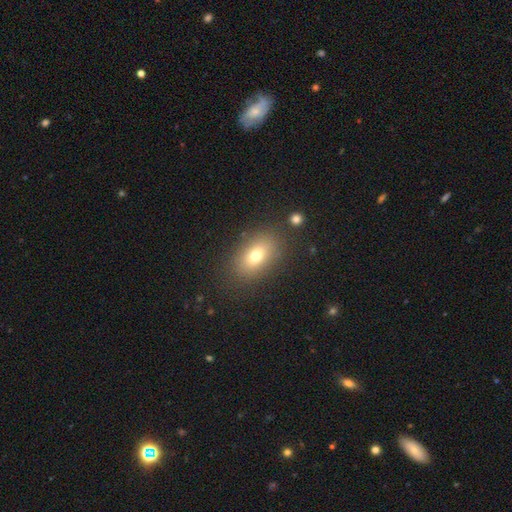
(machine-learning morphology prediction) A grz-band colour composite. It shows a smooth galaxy with no disk features (72%) that is in between round and cigar-shaped (83%). Merging: none (84%).